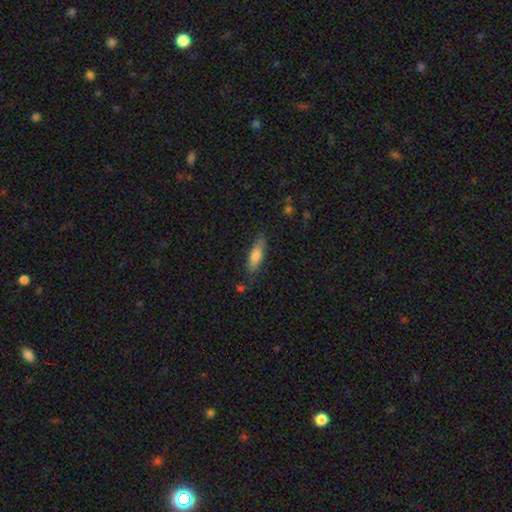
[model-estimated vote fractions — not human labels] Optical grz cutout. It shows a smooth galaxy with no disk features (76%) that is in between round and cigar-shaped (55%). Merging: none (74%).